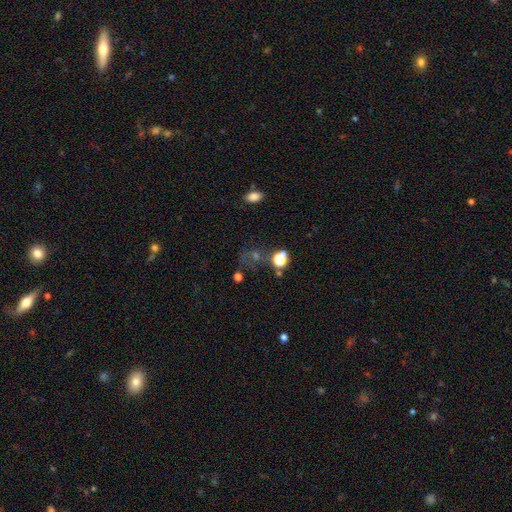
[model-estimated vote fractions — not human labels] Morphology: type=star or artifact (46%).